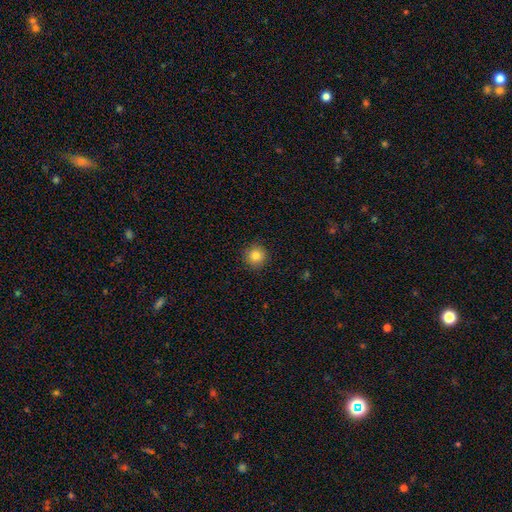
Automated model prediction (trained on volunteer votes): This is clearly a smooth galaxy (83%). How rounded: clearly round (95%). Merging: clearly none (92%).